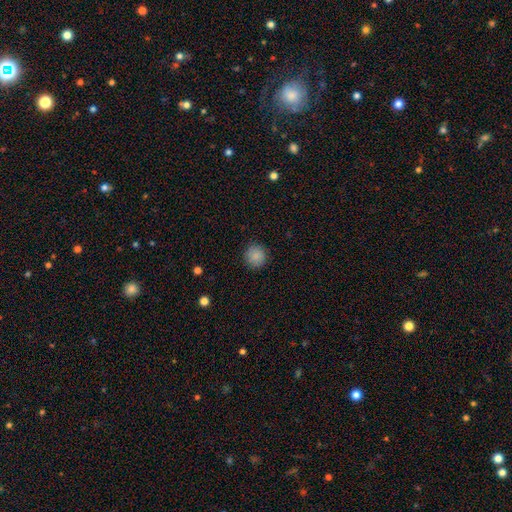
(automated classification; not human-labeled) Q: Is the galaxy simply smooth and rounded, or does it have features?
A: smooth — 86%.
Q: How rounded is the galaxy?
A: round — 93%.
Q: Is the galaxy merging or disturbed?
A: none — 89%.